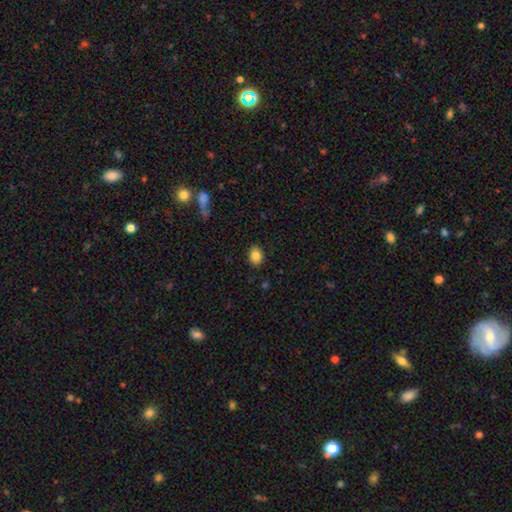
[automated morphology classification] smooth_or_featured: smooth (p=0.85) [alt: star or artifact p=0.09]
how_rounded: in between (p=0.66) [alt: round p=0.33]
merging: none (p=0.88) [alt: minor disturbance p=0.08]